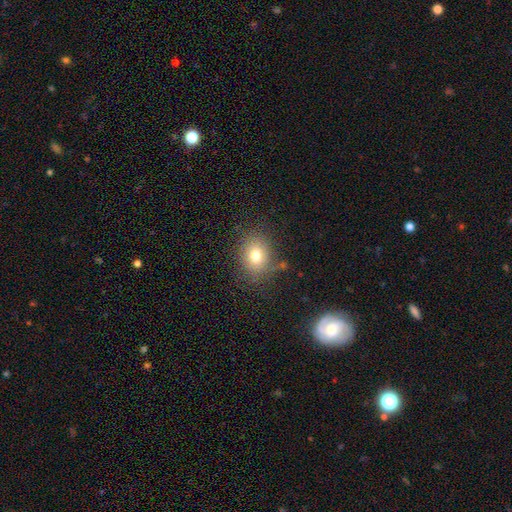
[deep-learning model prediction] Morphology: type=smooth (75%); roundness=round (52%); merging=none (80%).